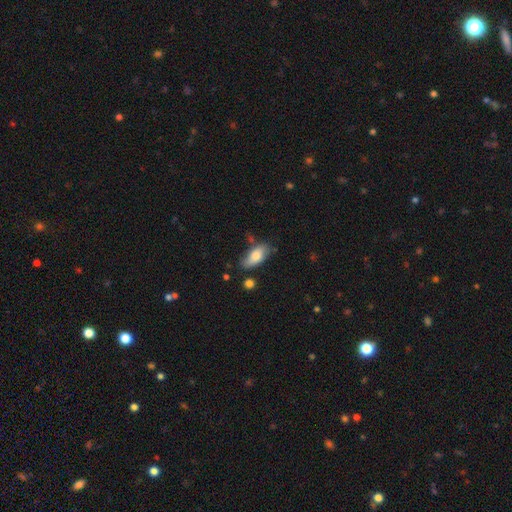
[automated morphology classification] Q: Smooth or featured?
A: smooth (71%); runner-up: featured or disk (22%)
Q: How rounded?
A: in between (88%); runner-up: cigar-shaped (9%)
Q: Merging?
A: none (63%); runner-up: minor disturbance (25%)